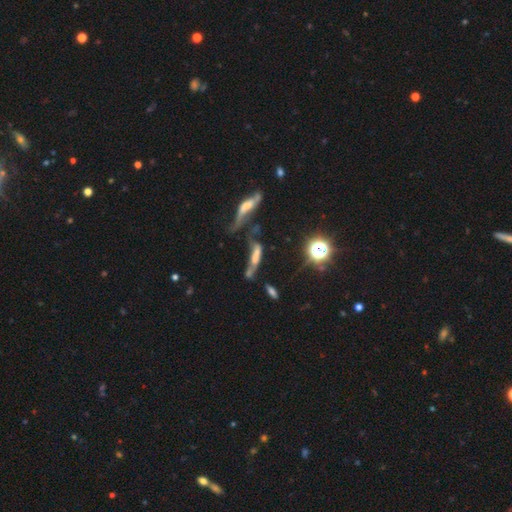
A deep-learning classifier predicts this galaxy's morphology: smooth-or-featured: featured or disk: 41% | smooth: 39% | star or artifact: 19%
  merging: merger: 46% | major disturbance: 25% | none: 17% | minor disturbance: 12%